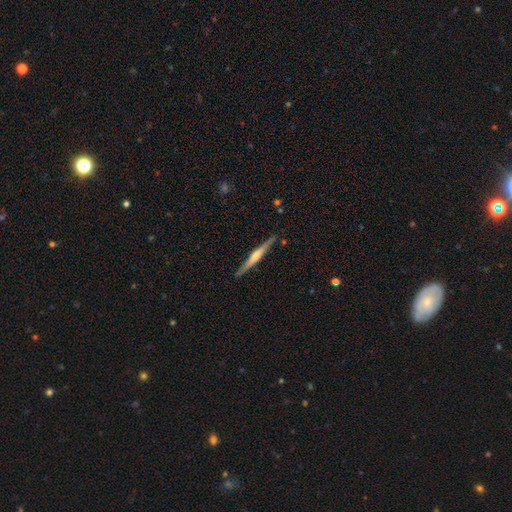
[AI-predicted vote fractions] Overall: featured or disk (74%). Edge-on disk: yes (98%). Edge-on bulge: rounded (73%). Merging: none (90%).